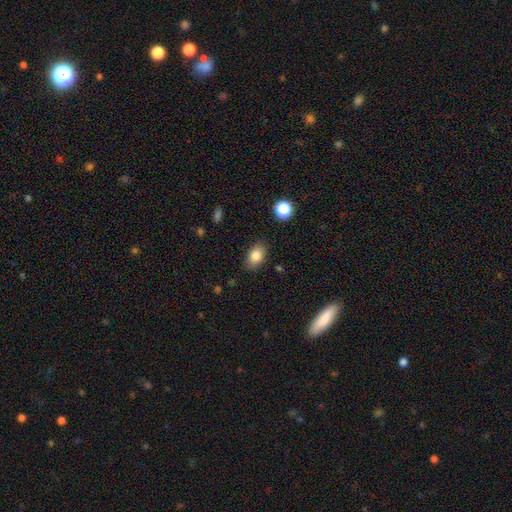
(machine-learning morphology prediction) A smooth galaxy with no disk features (84%) that is in between round and cigar-shaped (84%).

Vote fractions:
- Smooth or featured? smooth: 84% / star or artifact: 9% / featured or disk: 8%
- How rounded? in between: 84% / round: 15% / cigar-shaped: 2%
- Merging? none: 83% / minor disturbance: 12% / major disturbance: 3% / merger: 2%